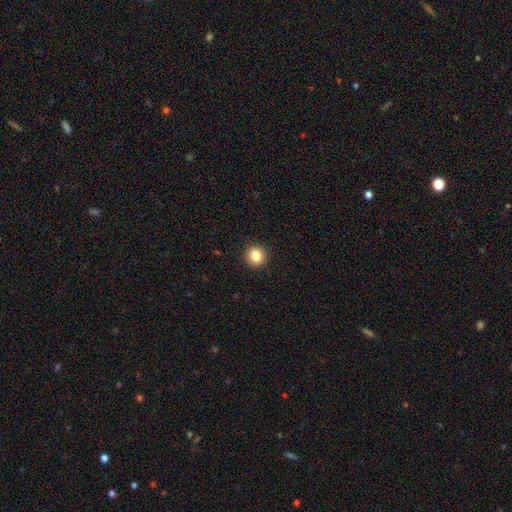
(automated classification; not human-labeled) Smooth or featured? smooth (84%)
How rounded? round (90%)
Merging? none (92%)